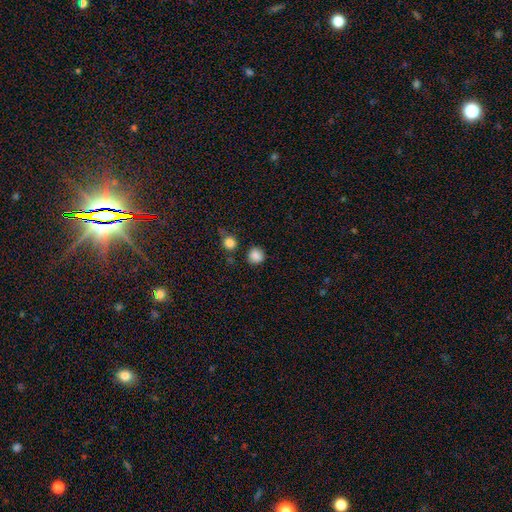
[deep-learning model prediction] A smooth galaxy with no disk features (86%) that is round (92%). Merging: none (83%).